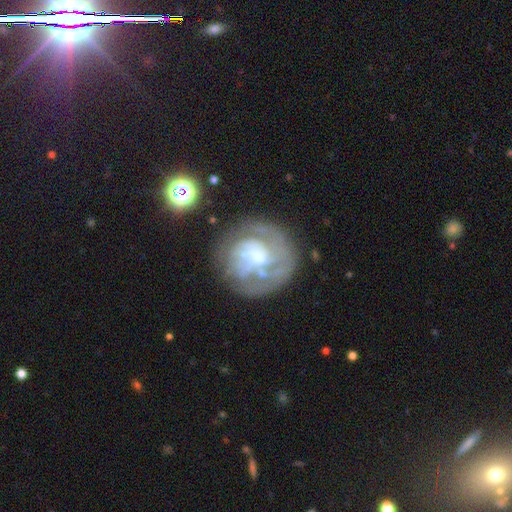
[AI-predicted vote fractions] smooth-or-featured: featured or disk: 73% | smooth: 19% | star or artifact: 8%
  disk-edge-on: no: 98% | yes: 2%
    bar: no: 63% | weak: 30% | strong: 8%
    has-spiral-arms: yes: 77% | no: 23%
      spiral-winding: tight: 62% | medium: 28% | loose: 11%
      spiral-arm-count: can't tell: 43% | 2: 19% | 1: 16% | 3: 13% | 4: 5% | more than 4: 4%
    bulge-size: none: 31% | small: 30% | moderate: 25% | large: 11% | dominant: 2%
  merging: none: 64% | minor disturbance: 18% | major disturbance: 14% | merger: 4%